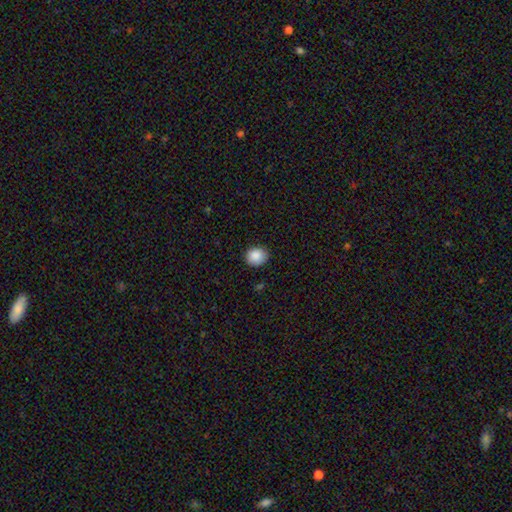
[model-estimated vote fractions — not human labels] smooth-or-featured: smooth: 88% | star or artifact: 8% | featured or disk: 3%
  how-rounded: round: 75% | in between: 24% | cigar-shaped: 1%
  merging: none: 87% | minor disturbance: 10% | major disturbance: 2% | merger: 1%